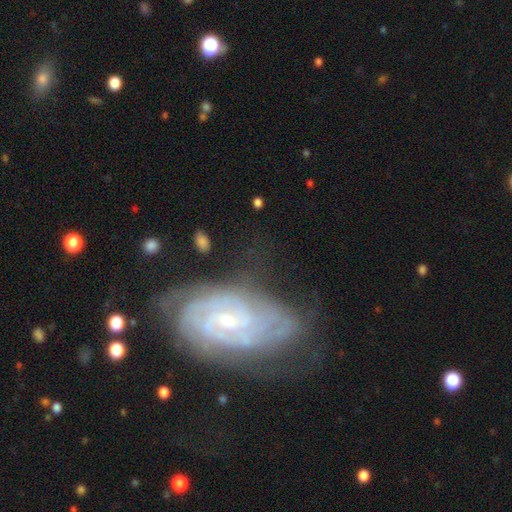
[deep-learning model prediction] Q: Smooth or featured?
A: featured or disk (85%); runner-up: smooth (8%)
Q: Edge-on disk?
A: no (95%); runner-up: yes (5%)
Q: Bar?
A: weak (44%); runner-up: no (43%)
Q: Spiral arms?
A: yes (96%); runner-up: no (4%)
Q: Spiral winding?
A: tight (74%); runner-up: medium (22%)
Q: Spiral arm count?
A: can't tell (30%); runner-up: 2 (28%)
Q: Bulge size?
A: small (68%); runner-up: moderate (27%)
Q: Merging?
A: none (62%); runner-up: minor disturbance (24%)